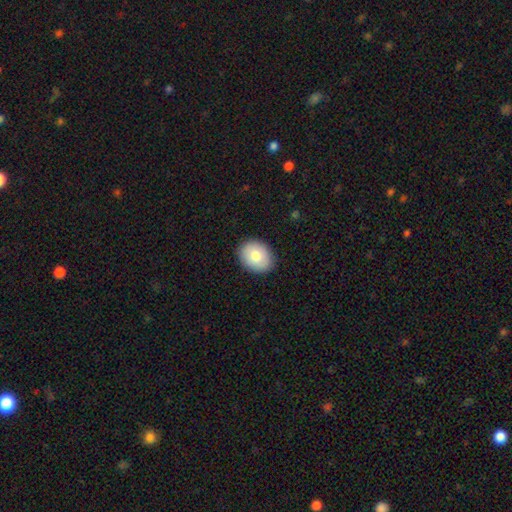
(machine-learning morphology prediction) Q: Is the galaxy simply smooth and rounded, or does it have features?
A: smooth — 80%.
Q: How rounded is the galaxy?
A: in between — 52%.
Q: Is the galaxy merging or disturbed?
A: none — 88%.